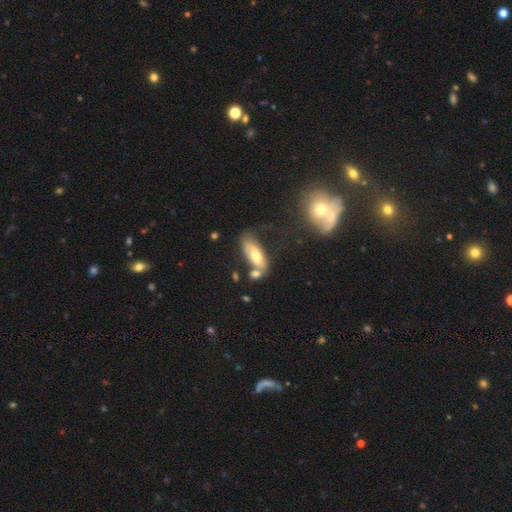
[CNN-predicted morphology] Smooth or featured? smooth (50%)
How rounded? in between (80%)
Merging? none (45%)